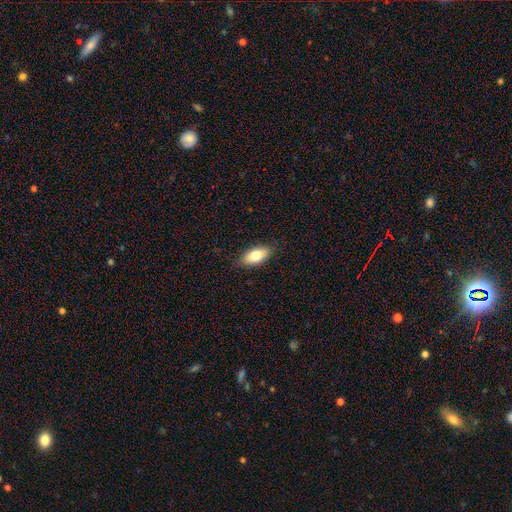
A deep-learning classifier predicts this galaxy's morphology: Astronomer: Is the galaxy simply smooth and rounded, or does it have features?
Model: smooth — 79%.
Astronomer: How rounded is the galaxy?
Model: in between — 87%.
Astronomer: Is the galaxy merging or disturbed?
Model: none — 86%.